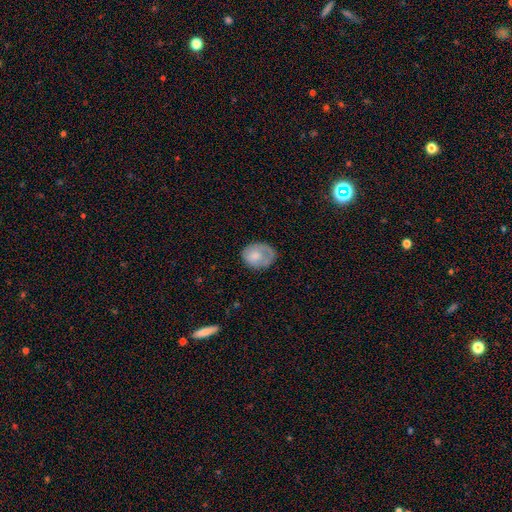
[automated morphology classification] type=smooth (68%); roundness=in between (53%); merging=none (54%).